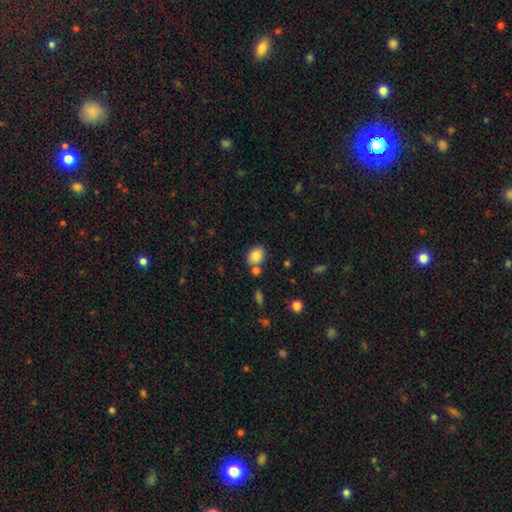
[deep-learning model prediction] A smooth galaxy with no disk features (84%) that is in between round and cigar-shaped (53%). Merging: none (70%).